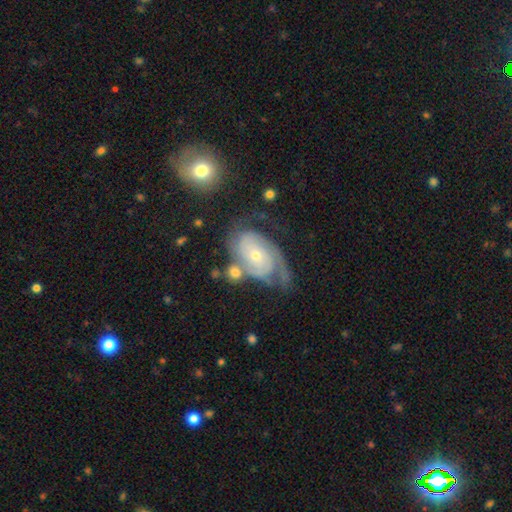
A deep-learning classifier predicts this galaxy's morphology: smooth_or_featured: featured or disk (p=0.80) [alt: smooth p=0.14]
disk_edge_on: no (p=0.96) [alt: yes p=0.04]
bar: no (p=0.70) [alt: weak p=0.24]
has_spiral_arms: yes (p=0.93) [alt: no p=0.07]
spiral_winding: tight (p=0.57) [alt: medium p=0.31]
spiral_arm_count: 2 (p=0.49) [alt: can't tell p=0.24]
bulge_size: small (p=0.61) [alt: moderate p=0.35]
merging: none (p=0.46) [alt: minor disturbance p=0.23]